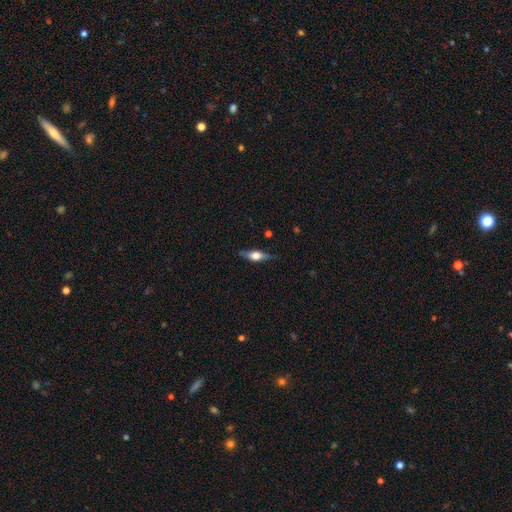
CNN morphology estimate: A featured or disk galaxy (58%) viewed edge-on (93%) with a rounded central bulge (92%). Merging: none (78%).